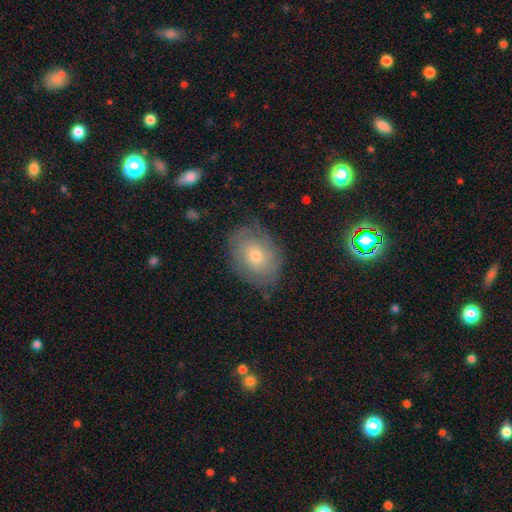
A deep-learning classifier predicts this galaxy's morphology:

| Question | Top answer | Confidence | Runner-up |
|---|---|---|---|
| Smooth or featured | featured or disk | 45% | smooth (44%) |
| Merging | none | 71% | minor disturbance (21%) |